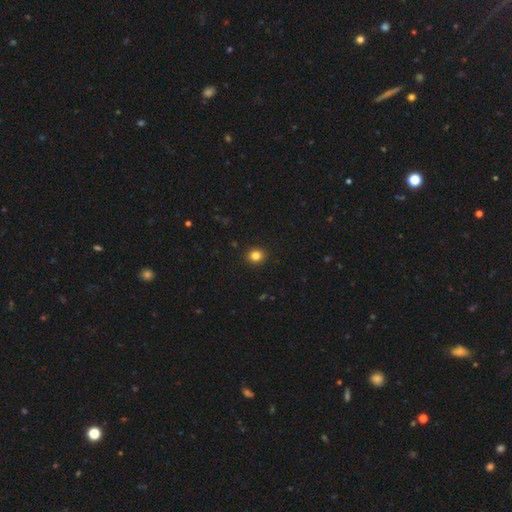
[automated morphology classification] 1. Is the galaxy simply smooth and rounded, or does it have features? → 83% smooth, 12% star or artifact, 5% featured or disk.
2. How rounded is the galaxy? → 82% round, 18% in between, 1% cigar-shaped.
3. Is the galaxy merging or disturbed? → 92% none, 5% minor disturbance, 2% major disturbance, 1% merger.